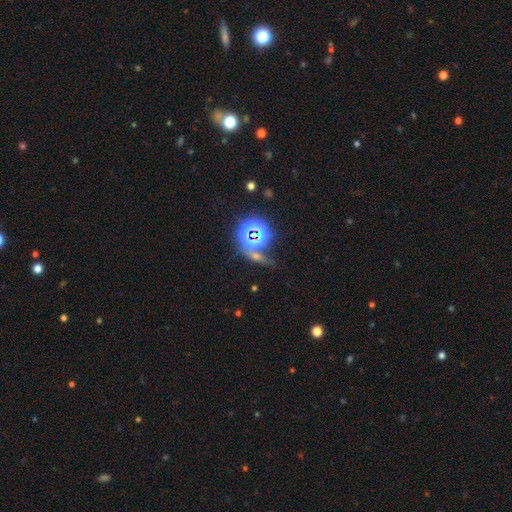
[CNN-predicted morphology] type=star or artifact (61%).